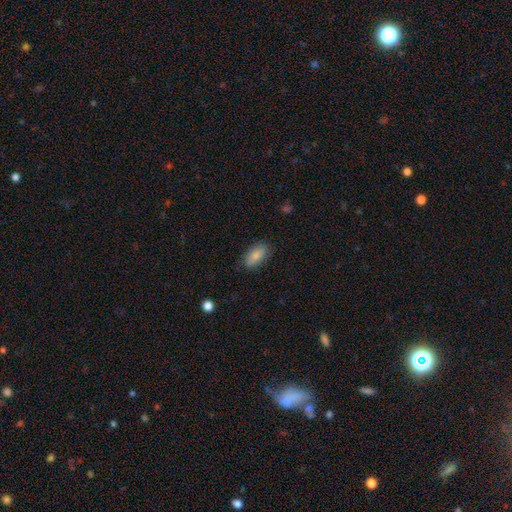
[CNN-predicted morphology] This appears to be a smooth galaxy with no disk features (80%) that is in between round and cigar-shaped (89%). Merging: none (80%).